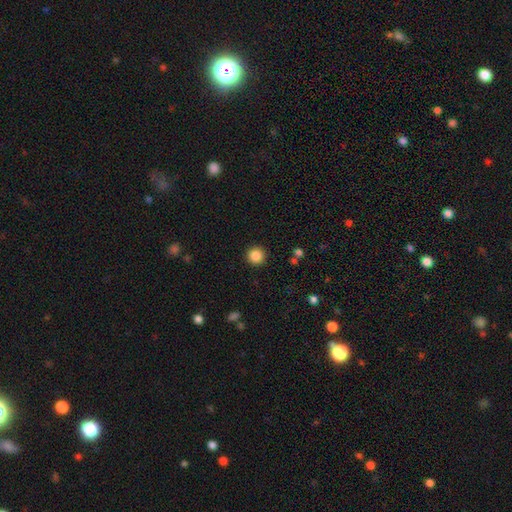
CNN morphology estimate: Smooth or featured: smooth — 86% (star or artifact — 10%)
How rounded: round — 95% (in between — 4%)
Merging: none — 92% (minor disturbance — 5%)